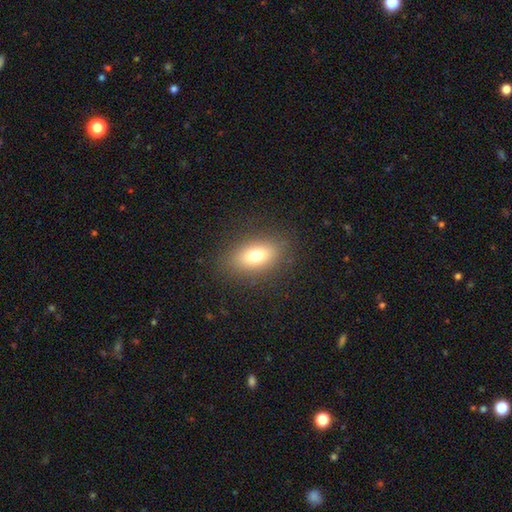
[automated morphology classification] smooth-or-featured: smooth: 75% | featured or disk: 14% | star or artifact: 11%
  how-rounded: in between: 84% | round: 12% | cigar-shaped: 4%
  merging: none: 85% | minor disturbance: 10% | major disturbance: 4% | merger: 1%